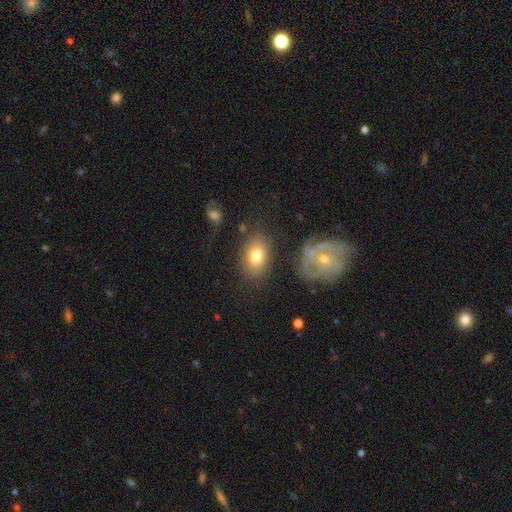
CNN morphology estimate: Q: Smooth or featured?
A: smooth (74%); runner-up: featured or disk (17%)
Q: How rounded?
A: in between (82%); runner-up: round (17%)
Q: Merging?
A: none (77%); runner-up: minor disturbance (14%)